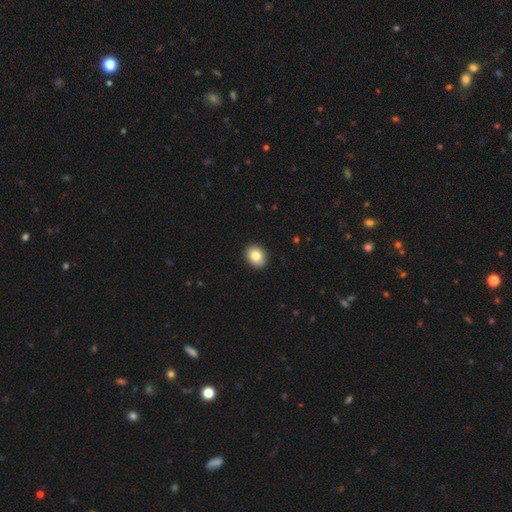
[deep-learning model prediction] This appears to be a smooth galaxy with no disk features (85%) that is in between round and cigar-shaped (55%). Merging: none (91%).